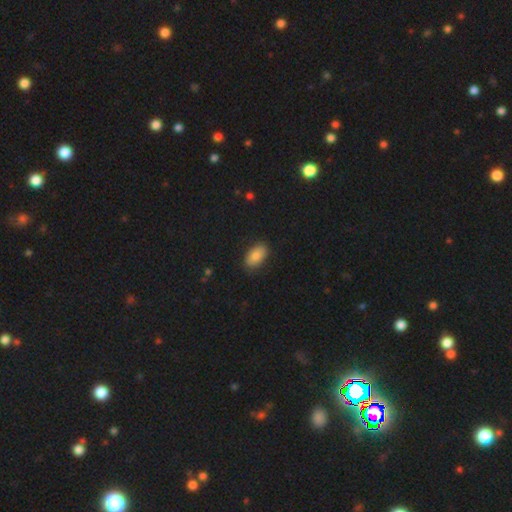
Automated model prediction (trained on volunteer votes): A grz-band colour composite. It shows a smooth galaxy with no disk features (84%) that is in between round and cigar-shaped (92%). Merging: none (86%).